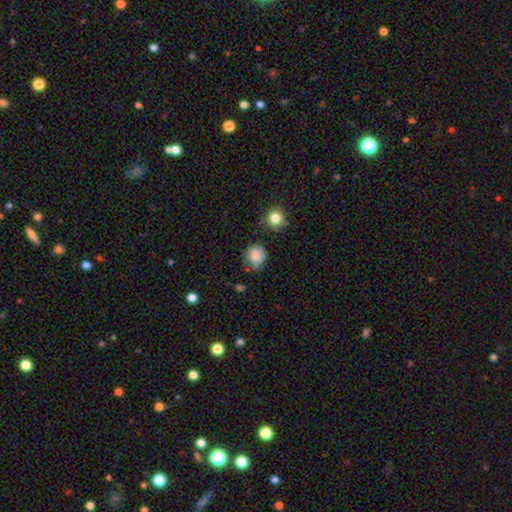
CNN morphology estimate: Smooth or featured? smooth (84%)
How rounded? round (80%)
Merging? none (66%)